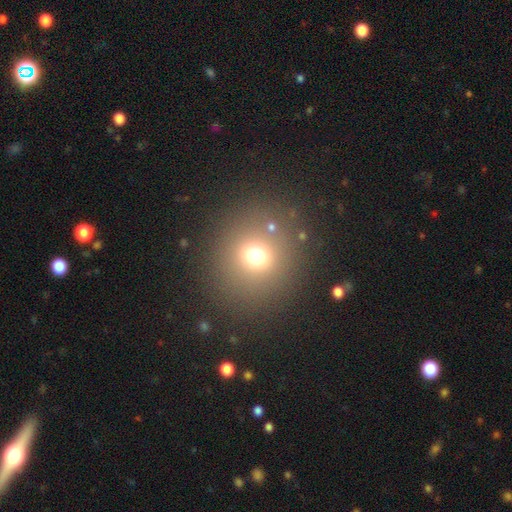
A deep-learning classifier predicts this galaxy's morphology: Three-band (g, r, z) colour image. It shows a smooth galaxy with no disk features (69%) that is round (90%). Merging: none (82%).